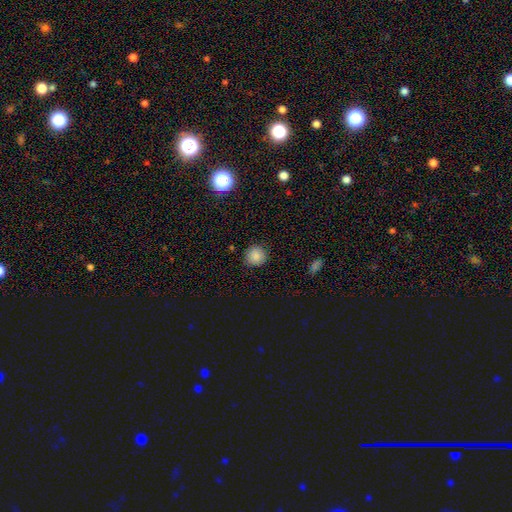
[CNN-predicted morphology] This is clearly a smooth galaxy (85%). How rounded: clearly round (91%). Merging: clearly none (88%).